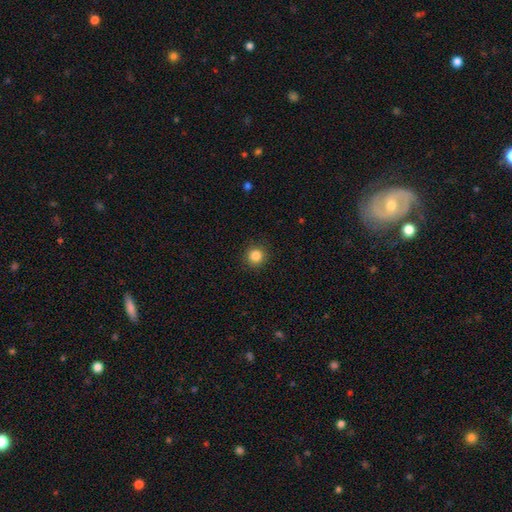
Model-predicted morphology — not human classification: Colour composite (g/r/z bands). It shows a smooth galaxy with no disk features (85%) that is round (94%). Merging: none (92%).